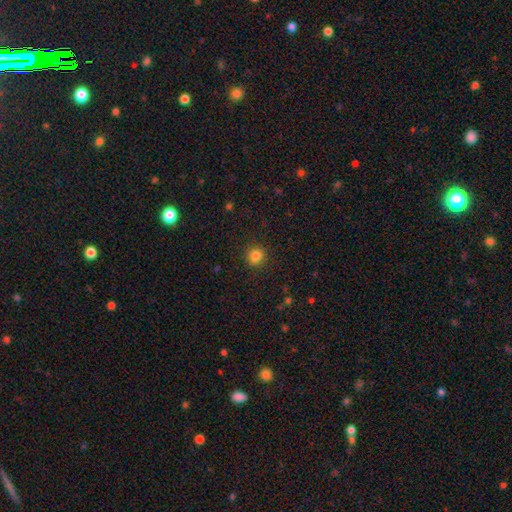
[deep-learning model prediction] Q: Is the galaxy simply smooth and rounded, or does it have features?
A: smooth — 83%.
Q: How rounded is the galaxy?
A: round — 81%.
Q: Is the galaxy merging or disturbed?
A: none — 88%.